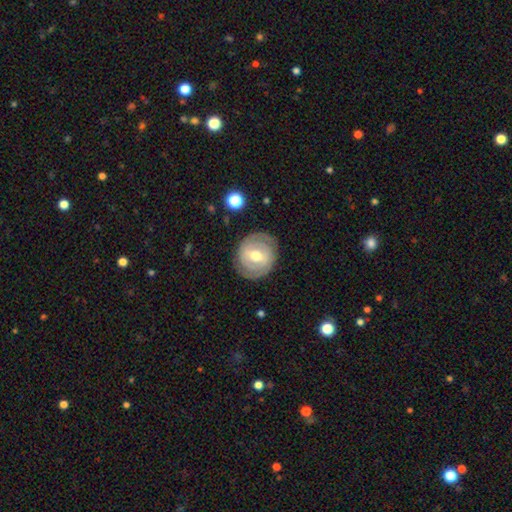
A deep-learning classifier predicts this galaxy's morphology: Smooth or featured? featured or disk (75%)
Edge-on disk? no (97%)
Bar? weak (49%)
Spiral arms? yes (83%)
Spiral winding? tight (72%)
Spiral arm count? 2 (66%)
Bulge size? moderate (76%)
Merging? none (82%)